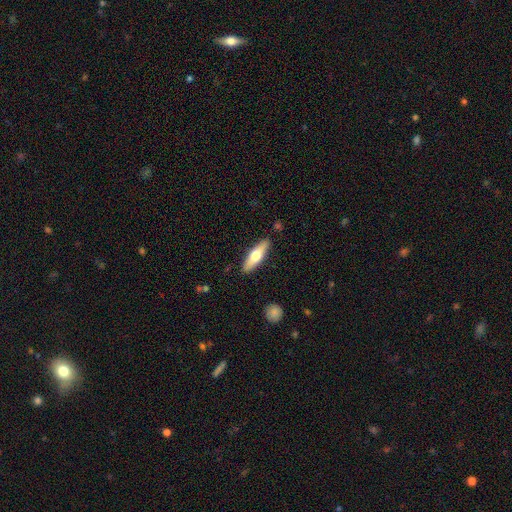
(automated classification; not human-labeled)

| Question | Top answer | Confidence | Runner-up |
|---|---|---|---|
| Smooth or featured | smooth | 53% | featured or disk (42%) |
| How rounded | cigar-shaped | 58% | in between (40%) |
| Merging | none | 89% | minor disturbance (8%) |